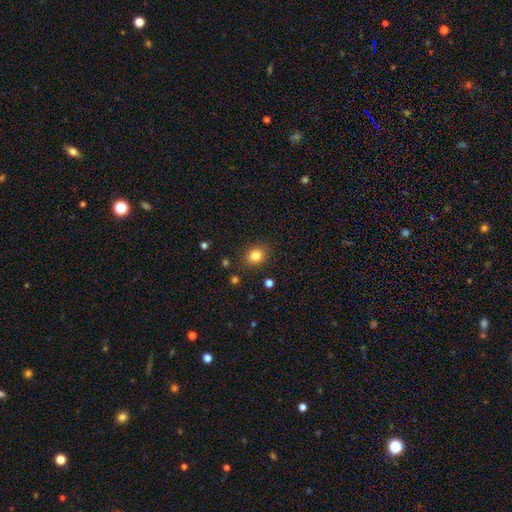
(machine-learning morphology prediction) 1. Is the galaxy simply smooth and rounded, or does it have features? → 82% smooth, 12% star or artifact, 6% featured or disk.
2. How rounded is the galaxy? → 65% round, 34% in between, 1% cigar-shaped.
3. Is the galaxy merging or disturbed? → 86% none, 9% minor disturbance, 3% major disturbance, 2% merger.